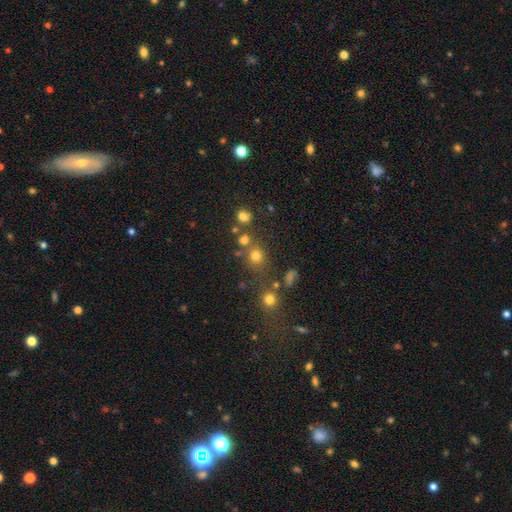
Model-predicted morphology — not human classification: A smooth galaxy with no disk features (70%) that is round (84%).

Vote fractions:
- Smooth or featured? smooth: 70% / star or artifact: 22% / featured or disk: 9%
- How rounded? round: 84% / in between: 15% / cigar-shaped: 1%
- Merging? none: 67% / merger: 17% / minor disturbance: 10% / major disturbance: 6%